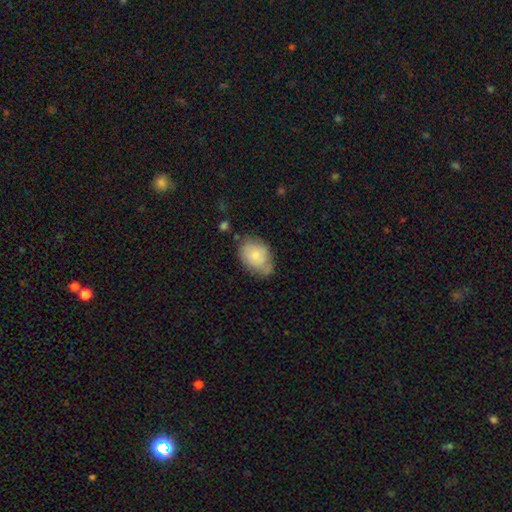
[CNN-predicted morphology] Smooth or featured: smooth — 75% (featured or disk — 18%)
How rounded: in between — 83% (round — 16%)
Merging: none — 54% (minor disturbance — 33%)